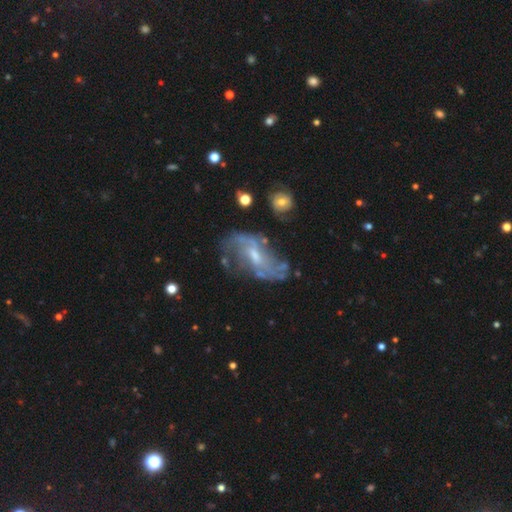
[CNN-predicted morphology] Q: Smooth or featured?
A: featured or disk (81%); runner-up: smooth (11%)
Q: Edge-on disk?
A: no (94%); runner-up: yes (6%)
Q: Bar?
A: weak (50%); runner-up: no (35%)
Q: Spiral arms?
A: yes (85%); runner-up: no (15%)
Q: Spiral winding?
A: loose (43%); runner-up: medium (38%)
Q: Spiral arm count?
A: 2 (48%); runner-up: can't tell (31%)
Q: Bulge size?
A: small (50%); runner-up: moderate (40%)
Q: Merging?
A: none (60%); runner-up: minor disturbance (21%)